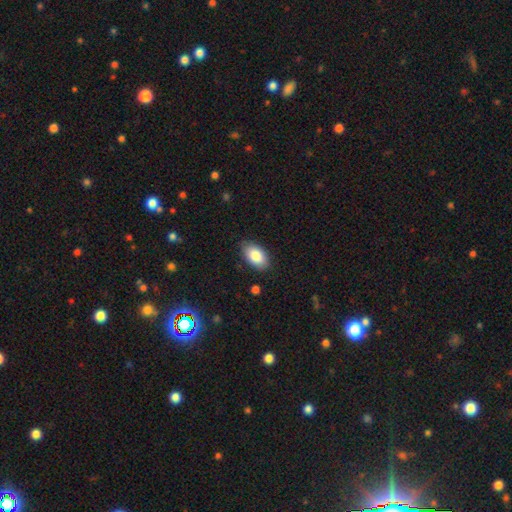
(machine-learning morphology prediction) type=smooth (85%); roundness=in between (94%); merging=none (84%).